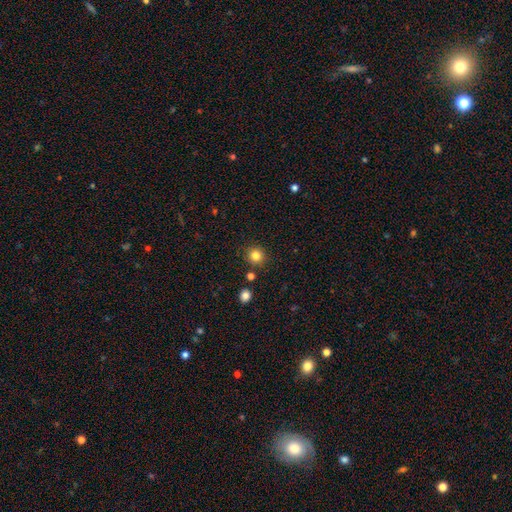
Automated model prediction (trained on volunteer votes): Smooth or featured? smooth (83%)
How rounded? round (92%)
Merging? none (88%)